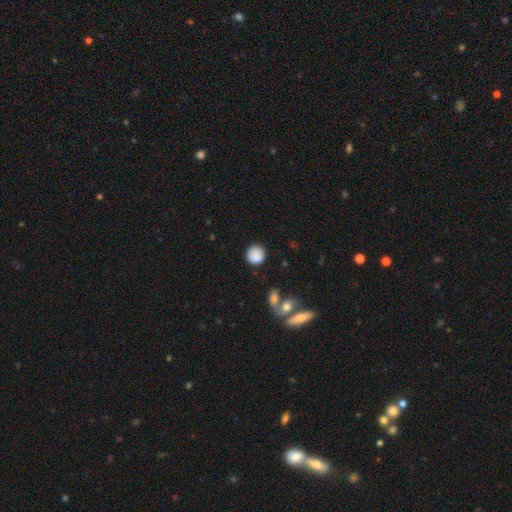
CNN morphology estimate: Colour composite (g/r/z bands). It shows a smooth galaxy with no disk features (85%) that is round (89%). Merging: none (79%).